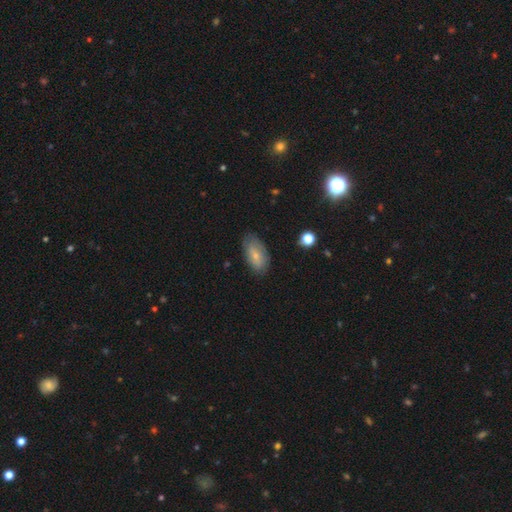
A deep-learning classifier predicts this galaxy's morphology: Overall: smooth (68%). How rounded: in between (92%). Merging: none (77%).